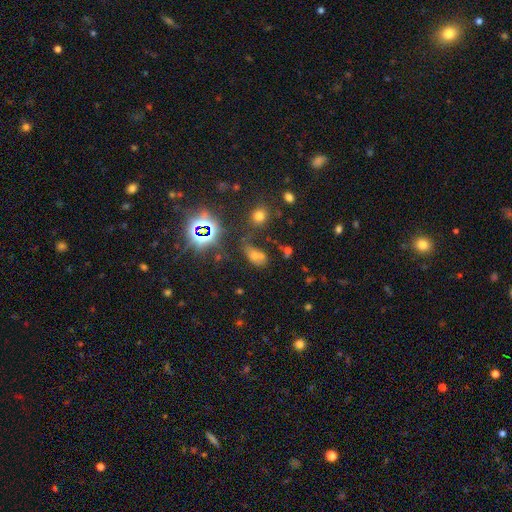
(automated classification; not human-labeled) smooth 48%, star or artifact 37%, featured or disk 16%. Down the decision tree: merging — none (40%).